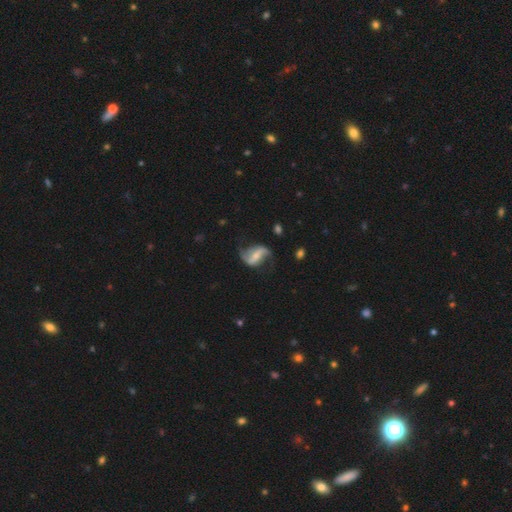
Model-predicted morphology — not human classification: The model was most divided on "bar": strong: 51%, weak: 32%, no: 17%. More confident: edge-on disk — no (97%); spiral arms — yes (94%); spiral arm count — 2 (91%); smooth or featured — featured or disk (85%); spiral winding — loose (75%); merging — none (69%); bulge size — small (54%).